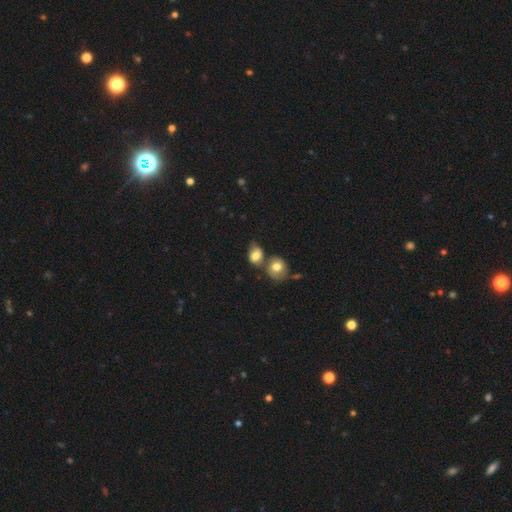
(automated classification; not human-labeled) Q: Smooth or featured?
A: smooth (74%); runner-up: featured or disk (18%)
Q: How rounded?
A: in between (61%); runner-up: round (37%)
Q: Merging?
A: merger (44%); runner-up: none (30%)